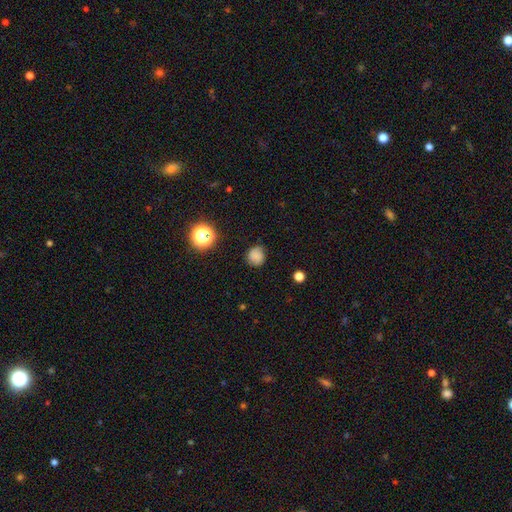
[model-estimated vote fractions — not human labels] smooth_or_featured: smooth (p=0.74) [alt: star or artifact p=0.15]
how_rounded: round (p=0.86) [alt: in between p=0.13]
merging: none (p=0.76) [alt: minor disturbance p=0.18]